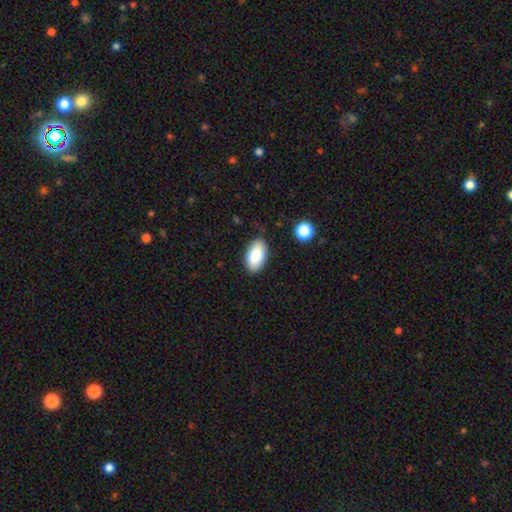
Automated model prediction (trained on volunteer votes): Smooth or featured? Predicted: smooth (p=0.84). How rounded? Predicted: in between (p=0.94). Merging? Predicted: none (p=0.86).